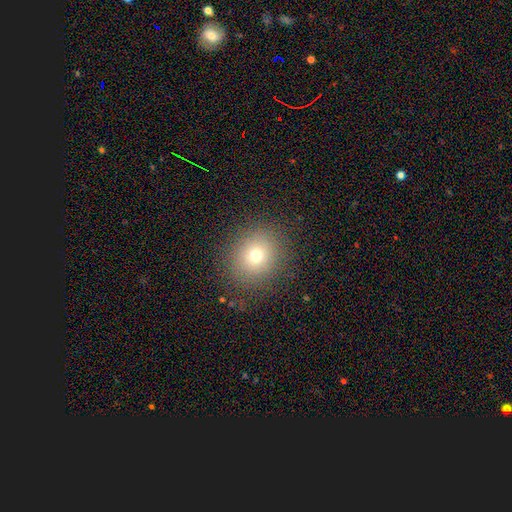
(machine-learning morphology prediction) Q: Smooth or featured?
A: smooth (72%); runner-up: star or artifact (16%)
Q: How rounded?
A: round (78%); runner-up: in between (21%)
Q: Merging?
A: none (87%); runner-up: minor disturbance (8%)